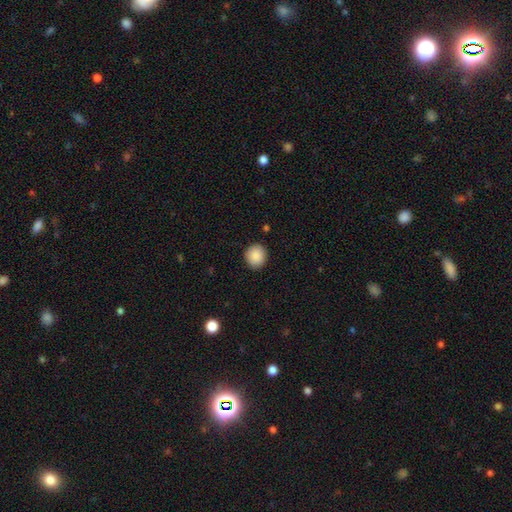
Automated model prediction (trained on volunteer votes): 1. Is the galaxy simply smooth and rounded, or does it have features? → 89% smooth, 8% star or artifact, 3% featured or disk.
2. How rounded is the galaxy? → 83% round, 16% in between, 1% cigar-shaped.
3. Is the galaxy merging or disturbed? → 90% none, 7% minor disturbance, 2% major disturbance, 1% merger.